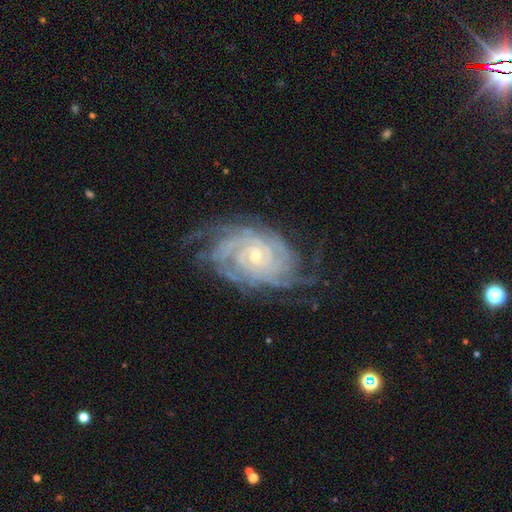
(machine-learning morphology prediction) Smooth or featured?
  - featured or disk: 91% *
  - star or artifact: 5%
  - smooth: 4%
Edge-on disk?
  - no: 96% *
  - yes: 4%
Bar?
  - no: 71% *
  - weak: 21%
  - strong: 8%
Spiral arms?
  - yes: 98% *
  - no: 2%
Spiral winding?
  - tight: 80% *
  - medium: 17%
  - loose: 3%
Spiral arm count?
  - can't tell: 25% *
  - 4: 23%
  - more than 4: 19%
  - 3: 13%
  - 2: 13%
  - 1: 7%
Bulge size?
  - small: 70% *
  - moderate: 27%
  - large: 1%
  - none: 1%
  - dominant: 1%
Merging?
  - none: 70% *
  - minor disturbance: 19%
  - major disturbance: 10%
  - merger: 1%